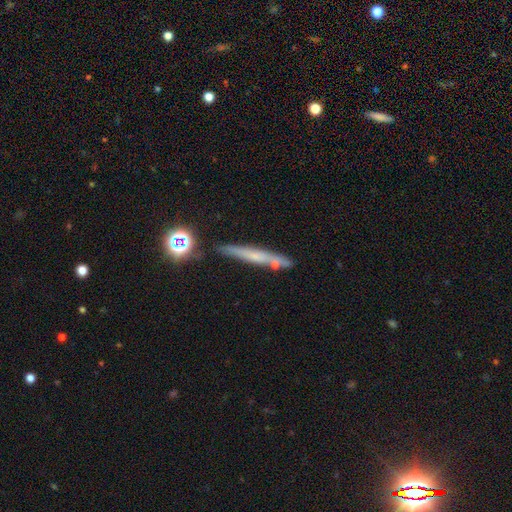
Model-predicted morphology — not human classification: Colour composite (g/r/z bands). It shows a smooth galaxy with no disk features (44%, tied with featured or disk). Merging: none (77%).